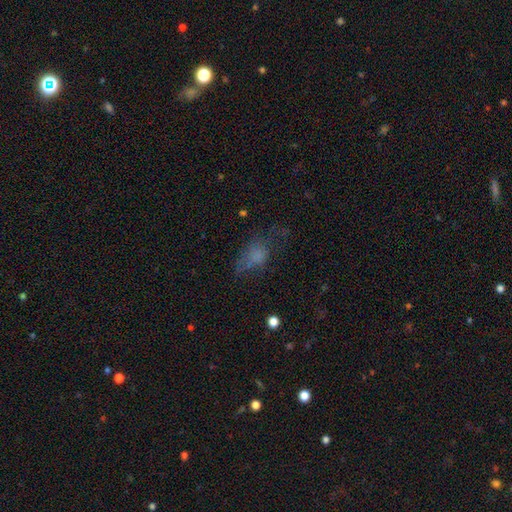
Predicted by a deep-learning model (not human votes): smooth-or-featured: smooth: 58% | featured or disk: 24% | star or artifact: 17%
  how-rounded: in between: 74% | round: 18% | cigar-shaped: 7%
  merging: none: 37% | major disturbance: 36% | minor disturbance: 24% | merger: 4%